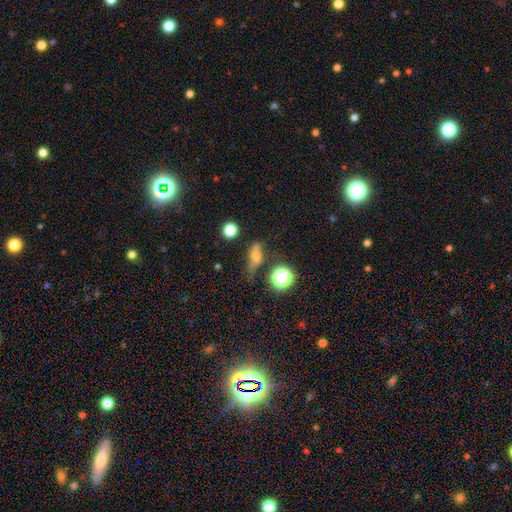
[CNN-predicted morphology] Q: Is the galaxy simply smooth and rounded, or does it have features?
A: smooth — 49%.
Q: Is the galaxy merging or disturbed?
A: none — 54%.